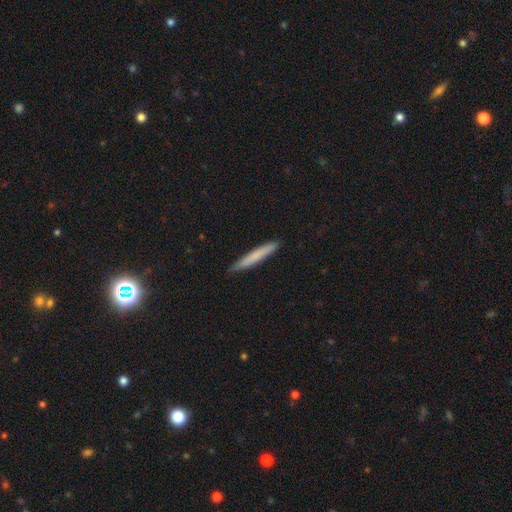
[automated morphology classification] smooth_or_featured: smooth (p=0.72) [alt: featured or disk p=0.22]
how_rounded: cigar-shaped (p=0.96) [alt: in between p=0.03]
merging: none (p=0.89) [alt: minor disturbance p=0.09]